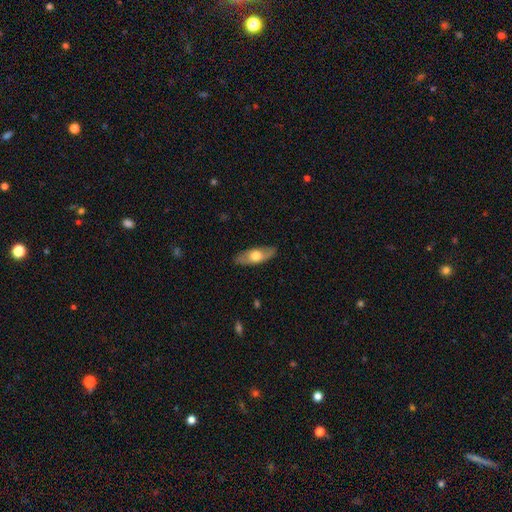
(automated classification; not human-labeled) The model was most divided on "smooth or featured": smooth: 55%, featured or disk: 39%, star or artifact: 5%. More confident: merging — none (84%); how rounded — in between (71%).